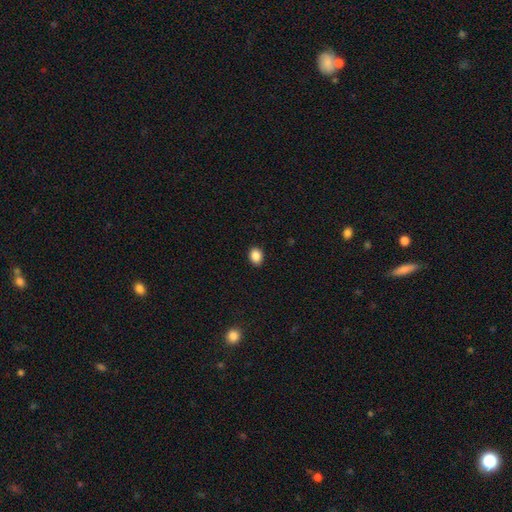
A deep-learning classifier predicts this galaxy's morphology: Smooth or featured?
  - smooth: 88% *
  - star or artifact: 9%
  - featured or disk: 3%
How rounded?
  - in between: 61% *
  - round: 38%
  - cigar-shaped: 1%
Merging?
  - none: 90% *
  - minor disturbance: 7%
  - major disturbance: 2%
  - merger: 1%